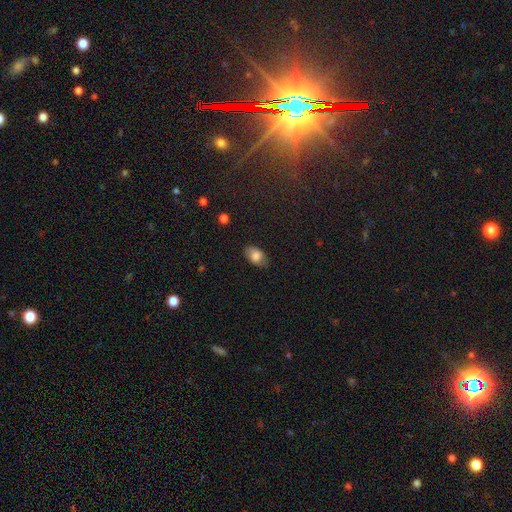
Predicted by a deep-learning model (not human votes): A smooth galaxy with no disk features (77%) that is in between round and cigar-shaped (90%). Merging: none (78%).